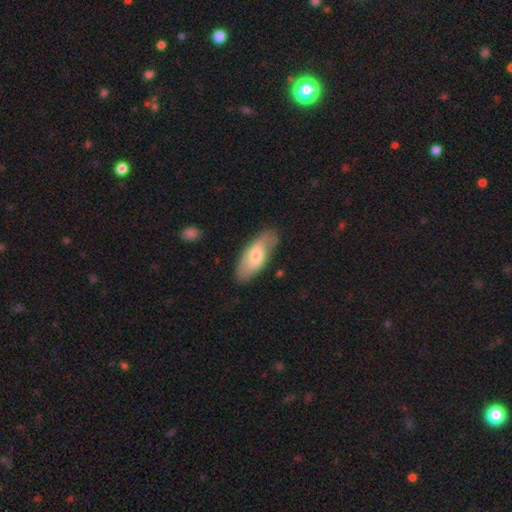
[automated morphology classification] A smooth galaxy with no disk features (58%) that is in between round and cigar-shaped (82%). Merging: none (77%).